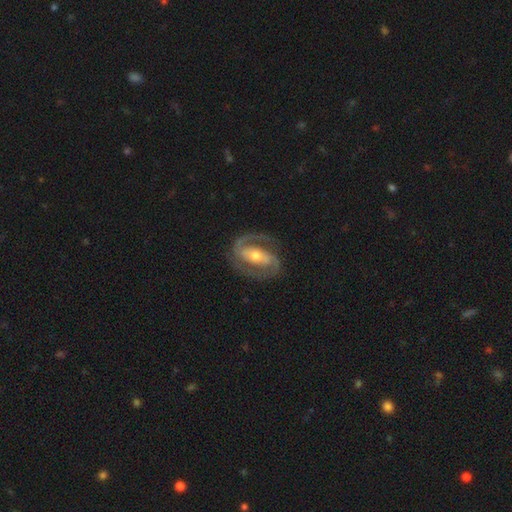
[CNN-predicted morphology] This is clearly a featured or disk galaxy (91%). It is clearly not viewed edge-on (97%). Bar: possibly strong (48%). Spiral arm pattern: clearly yes (96%). Spiral arm count: clearly 2 (92%). Spiral winding: possibly medium (52%). Central bulge: possibly moderate (59%). Merging: clearly none (82%).